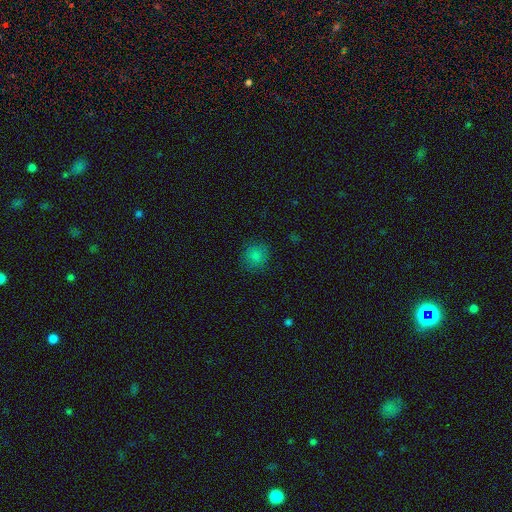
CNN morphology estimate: Smooth or featured?
  - smooth: 81% *
  - star or artifact: 14%
  - featured or disk: 5%
How rounded?
  - round: 86% *
  - in between: 13%
  - cigar-shaped: 1%
Merging?
  - none: 85% *
  - minor disturbance: 11%
  - major disturbance: 3%
  - merger: 1%